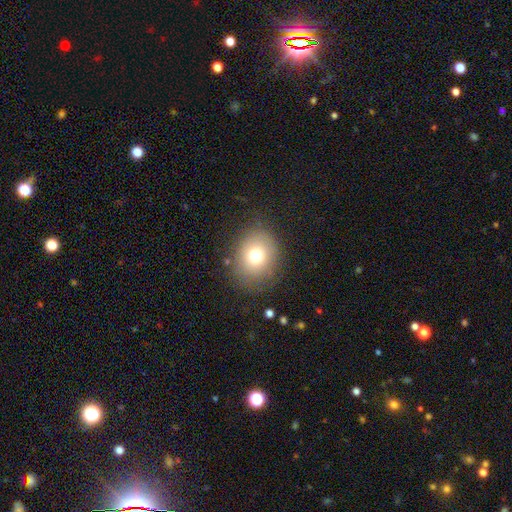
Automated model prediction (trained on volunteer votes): This appears to be a smooth galaxy with no disk features (74%) that is round (62%). Merging: none (81%).